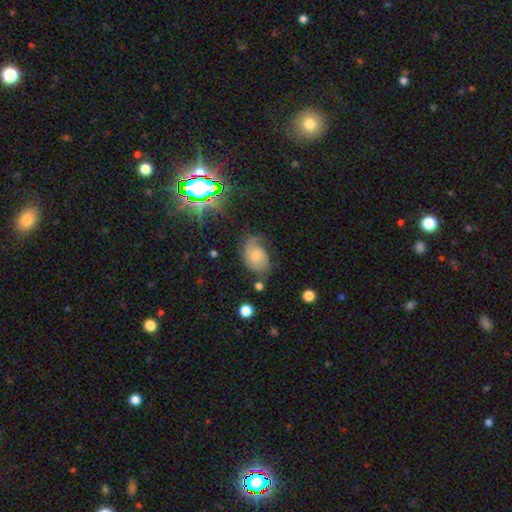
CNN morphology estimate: smooth_or_featured: featured or disk (p=0.61) [alt: smooth p=0.28]
disk_edge_on: no (p=0.96) [alt: yes p=0.04]
bar: no (p=0.71) [alt: weak p=0.25]
has_spiral_arms: yes (p=0.90) [alt: no p=0.10]
spiral_winding: medium (p=0.42) [alt: tight p=0.32]
spiral_arm_count: 2 (p=0.61) [alt: can't tell p=0.16]
bulge_size: small (p=0.44) [alt: moderate p=0.43]
merging: none (p=0.55) [alt: minor disturbance p=0.27]